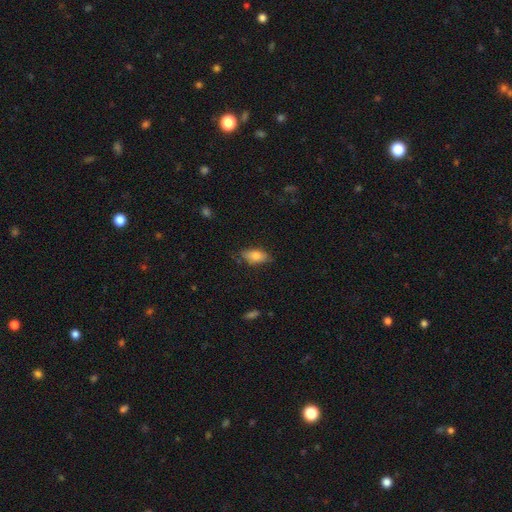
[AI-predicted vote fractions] Overall: smooth (78%). How rounded: in between (86%). Merging: none (76%).